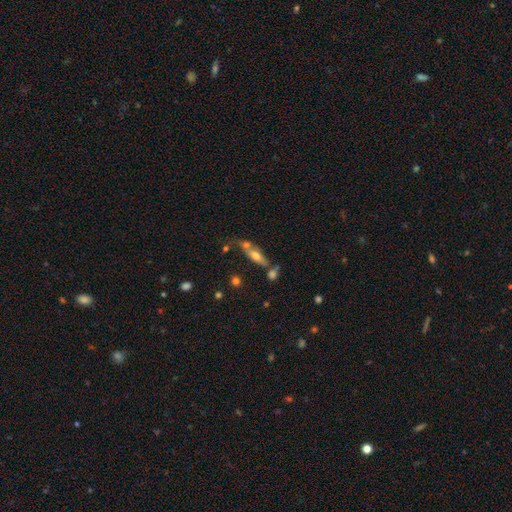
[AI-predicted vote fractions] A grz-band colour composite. It shows a smooth galaxy with no disk features (53%) that is cigar-shaped (49%). Merging: none (44%).